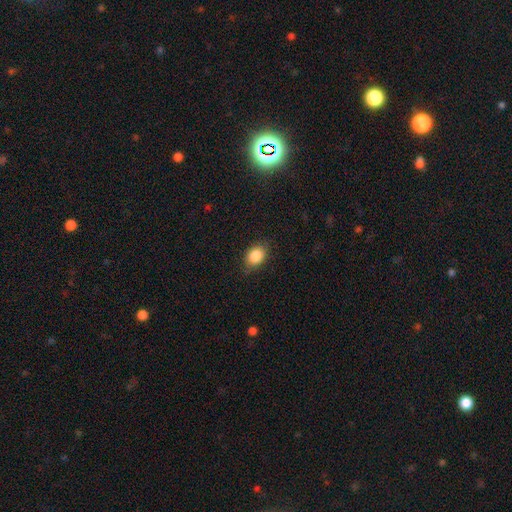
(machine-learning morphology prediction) Q: Smooth or featured?
A: smooth (86%); runner-up: star or artifact (8%)
Q: How rounded?
A: in between (72%); runner-up: round (27%)
Q: Merging?
A: none (81%); runner-up: minor disturbance (15%)